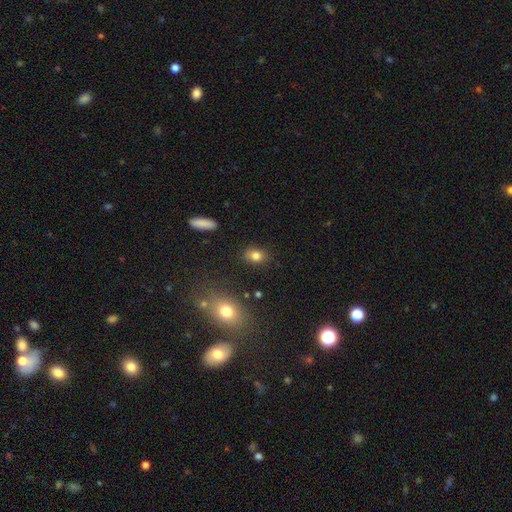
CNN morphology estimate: Smooth or featured? smooth (81%)
How rounded? in between (68%)
Merging? none (81%)